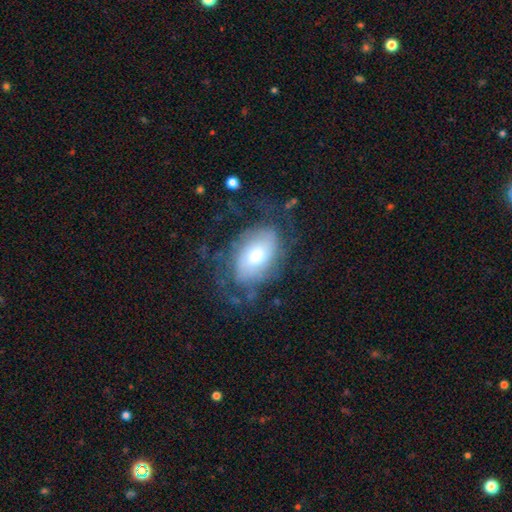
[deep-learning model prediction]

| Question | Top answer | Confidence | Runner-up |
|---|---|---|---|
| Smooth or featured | featured or disk | 62% | smooth (31%) |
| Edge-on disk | no | 94% | yes (6%) |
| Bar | no | 70% | weak (24%) |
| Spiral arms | yes | 77% | no (23%) |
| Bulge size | moderate | 54% | small (22%) |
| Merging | none | 57% | minor disturbance (21%) |